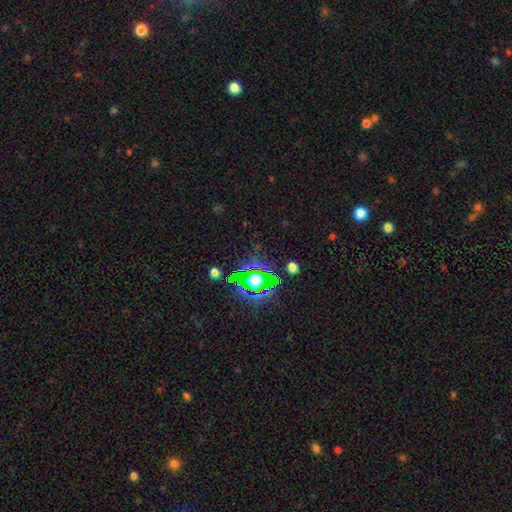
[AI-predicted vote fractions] The model was most divided on "smooth or featured": star or artifact: 77%, smooth: 14%, featured or disk: 9%.